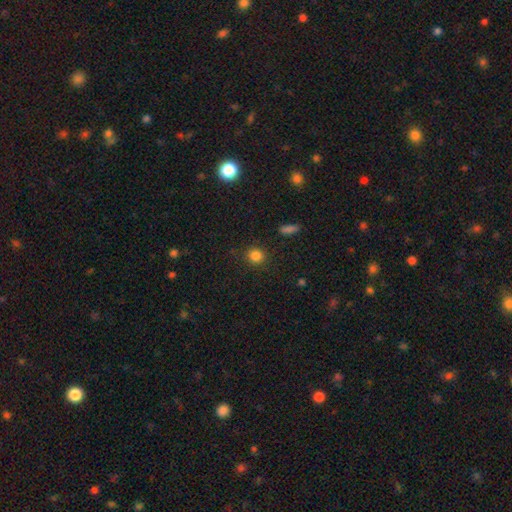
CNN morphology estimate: The model was most divided on "smooth or featured": smooth: 83%, star or artifact: 13%, featured or disk: 5%. More confident: how rounded — round (90%); merging — none (89%).